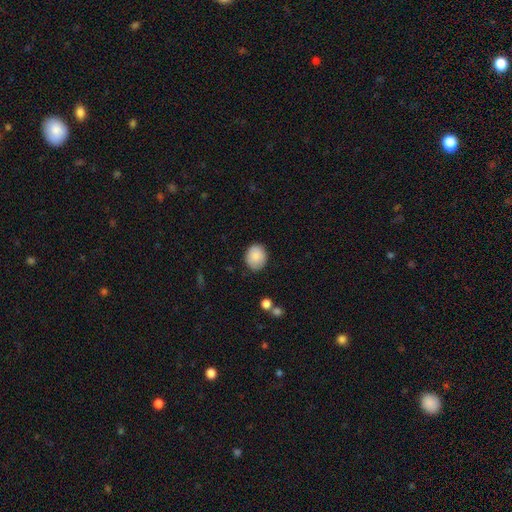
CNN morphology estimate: smooth_or_featured: smooth (p=0.87) [alt: star or artifact p=0.07]
how_rounded: round (p=0.63) [alt: in between p=0.36]
merging: none (p=0.84) [alt: minor disturbance p=0.12]